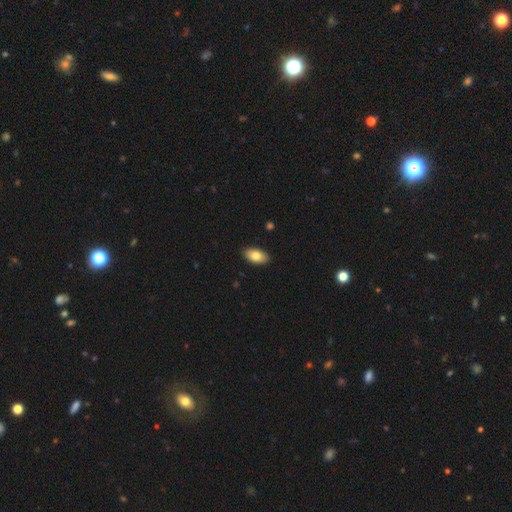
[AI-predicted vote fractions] A smooth galaxy with no disk features (81%) that is in between round and cigar-shaped (94%). Merging: none (89%).